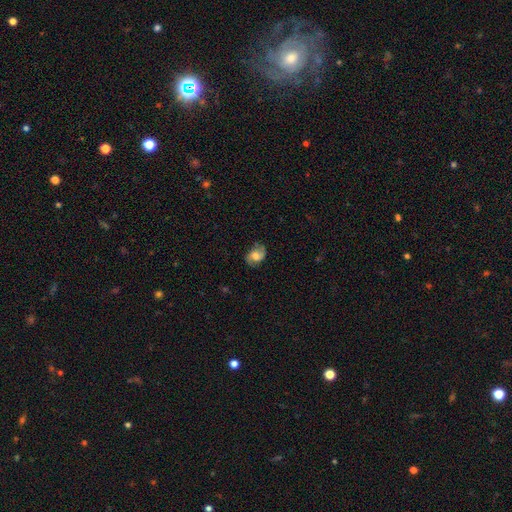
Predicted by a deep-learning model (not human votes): Smooth or featured? Predicted: featured or disk (p=0.58). Edge-on disk? Predicted: no (p=0.97). Bar? Predicted: no (p=0.58). Spiral arms? Predicted: yes (p=0.89). Bulge size? Predicted: moderate (p=0.49). Merging? Predicted: none (p=0.74).